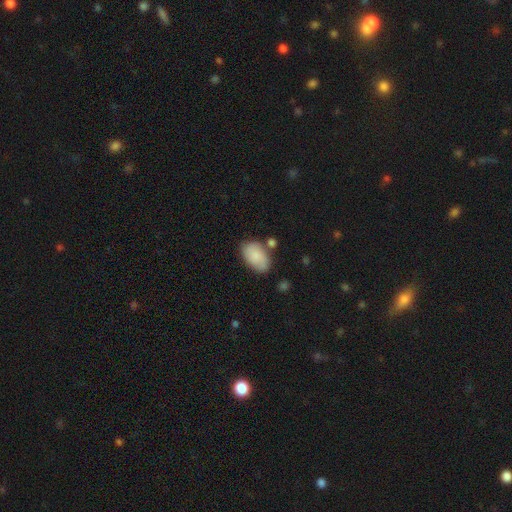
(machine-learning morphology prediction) Smooth or featured: smooth — 83% (featured or disk — 11%)
How rounded: in between — 92% (round — 6%)
Merging: none — 66% (minor disturbance — 19%)